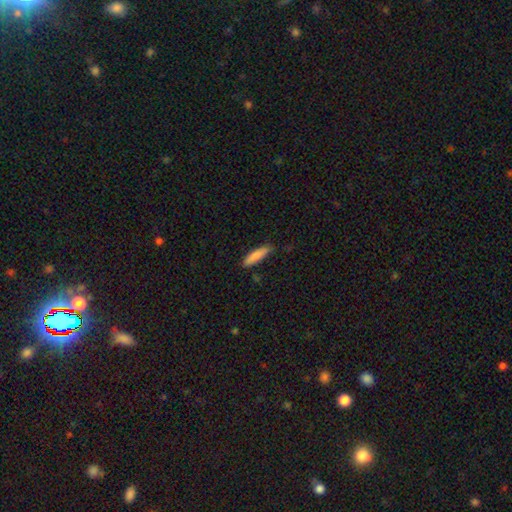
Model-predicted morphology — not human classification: Smooth or featured: smooth — 86% (featured or disk — 8%)
How rounded: cigar-shaped — 75% (in between — 24%)
Merging: none — 80% (minor disturbance — 16%)